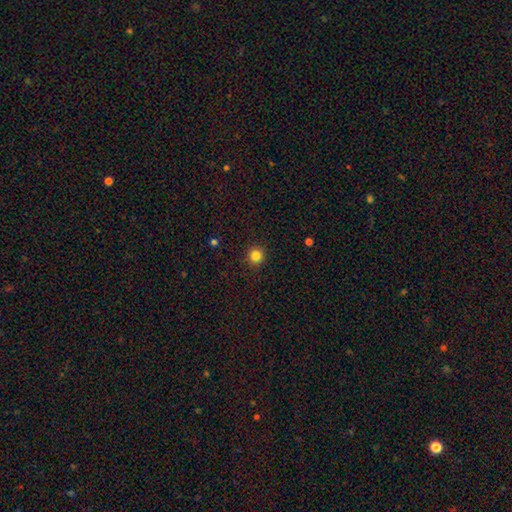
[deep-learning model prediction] smooth_or_featured: smooth (p=0.83) [alt: star or artifact p=0.12]
how_rounded: round (p=0.94) [alt: in between p=0.05]
merging: none (p=0.92) [alt: minor disturbance p=0.05]